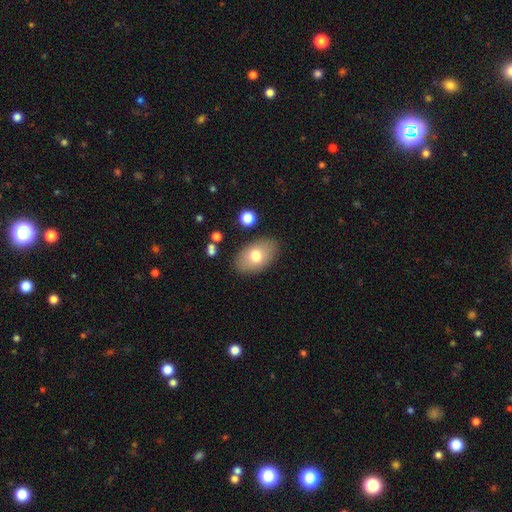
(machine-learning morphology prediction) smooth-or-featured: smooth: 74% | featured or disk: 19% | star or artifact: 7%
  how-rounded: in between: 91% | round: 7% | cigar-shaped: 1%
  merging: none: 85% | minor disturbance: 10% | major disturbance: 3% | merger: 2%